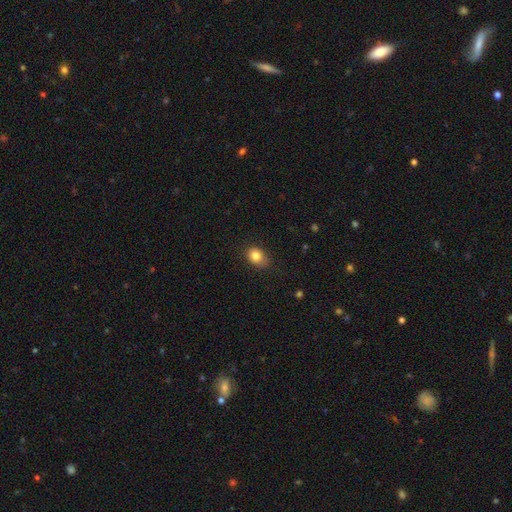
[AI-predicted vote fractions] The model was most divided on "how rounded": in between: 58%, round: 41%, cigar-shaped: 1%. More confident: smooth or featured — smooth (83%); merging — none (75%).